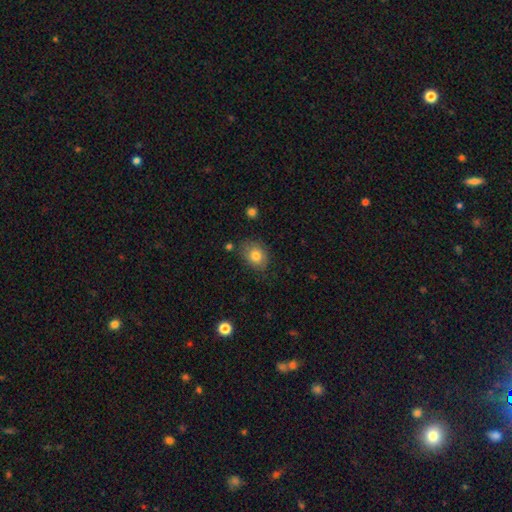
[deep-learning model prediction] Morphology: type=smooth (80%); roundness=in between (56%); merging=none (71%).